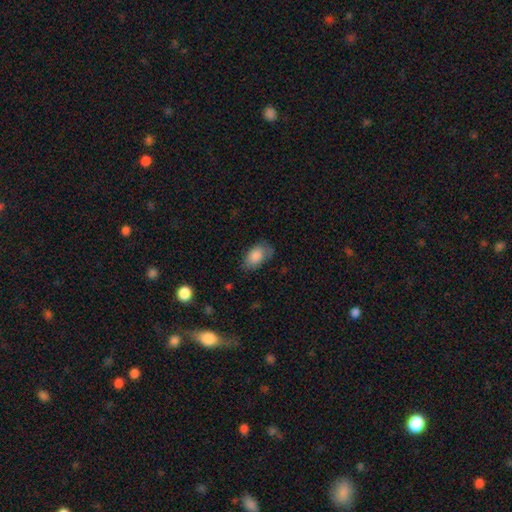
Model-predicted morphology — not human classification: A smooth galaxy with no disk features (85%) that is in between round and cigar-shaped (92%). Merging: none (67%).